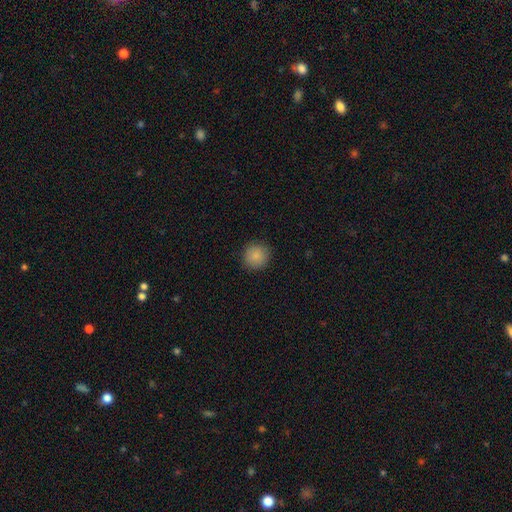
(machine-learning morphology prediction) smooth-or-featured: smooth: 87% | star or artifact: 9% | featured or disk: 4%
  how-rounded: round: 94% | in between: 5% | cigar-shaped: 1%
  merging: none: 90% | minor disturbance: 7% | major disturbance: 2% | merger: 1%